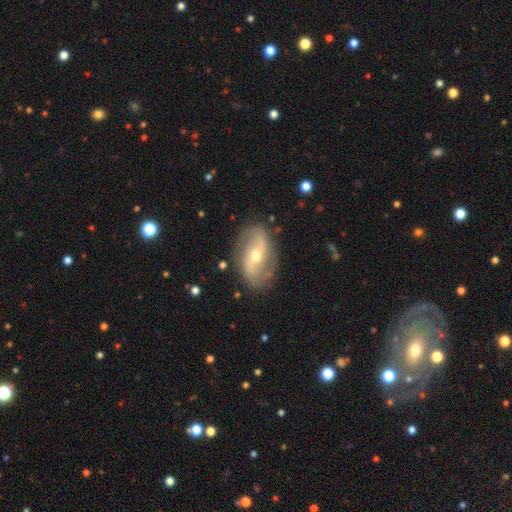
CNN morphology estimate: Smooth or featured? Predicted: featured or disk (p=0.81). Edge-on disk? Predicted: no (p=0.95). Bar? Predicted: no (p=0.39). Spiral arms? Predicted: yes (p=0.90). Spiral winding? Predicted: loose (p=0.56). Spiral arm count? Predicted: 2 (p=0.91). Bulge size? Predicted: moderate (p=0.54). Merging? Predicted: none (p=0.83).